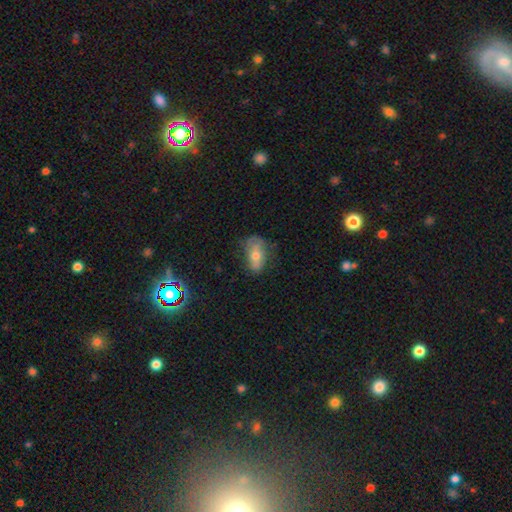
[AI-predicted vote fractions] A smooth galaxy with no disk features (53%) that is in between round and cigar-shaped (86%). Merging: none (58%).